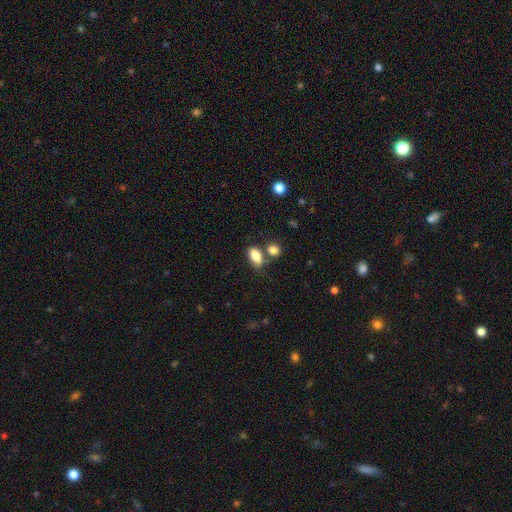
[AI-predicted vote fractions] This is clearly a smooth galaxy (83%). How rounded: clearly in between (88%). Merging: possibly none (58%).